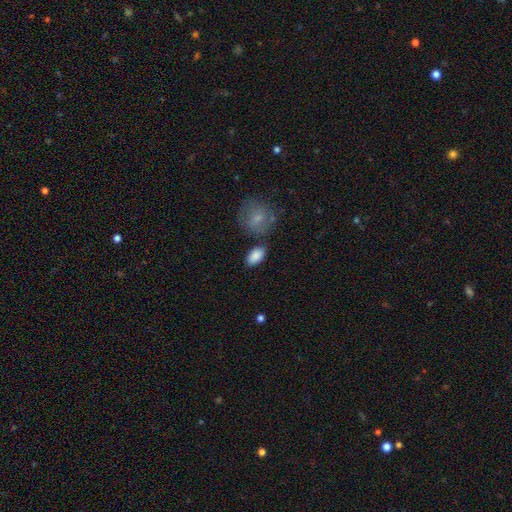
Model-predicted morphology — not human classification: A smooth galaxy with no disk features (88%) that is in between round and cigar-shaped (91%). Merging: none (78%).